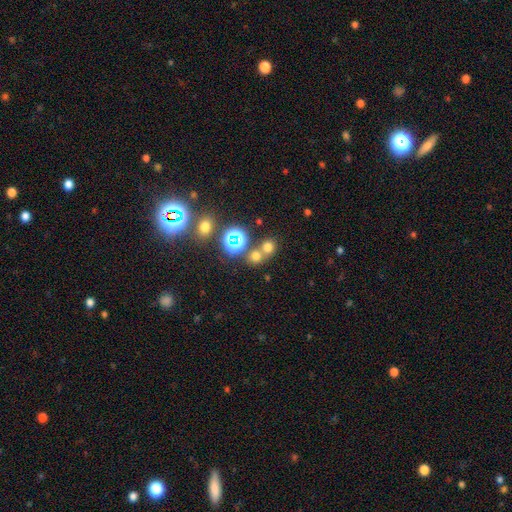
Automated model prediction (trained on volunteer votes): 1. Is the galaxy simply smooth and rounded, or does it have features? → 62% smooth, 30% star or artifact, 9% featured or disk.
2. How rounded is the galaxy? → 77% round, 21% in between, 1% cigar-shaped.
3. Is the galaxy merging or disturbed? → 53% none, 35% merger, 8% minor disturbance, 4% major disturbance.